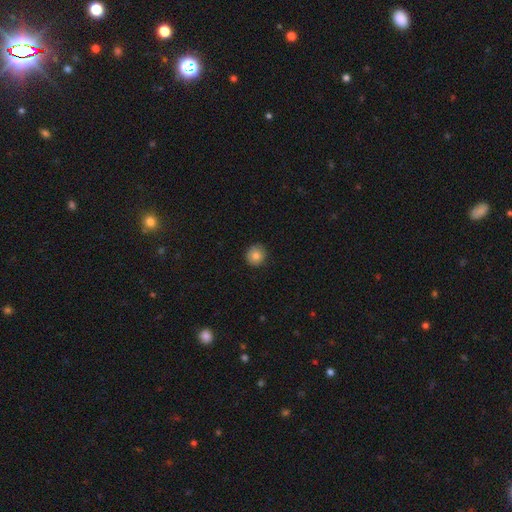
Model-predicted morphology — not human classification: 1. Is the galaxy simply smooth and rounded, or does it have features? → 82% smooth, 10% star or artifact, 8% featured or disk.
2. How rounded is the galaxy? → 92% round, 7% in between, 1% cigar-shaped.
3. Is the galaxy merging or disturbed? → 90% none, 8% minor disturbance, 2% major disturbance, 1% merger.